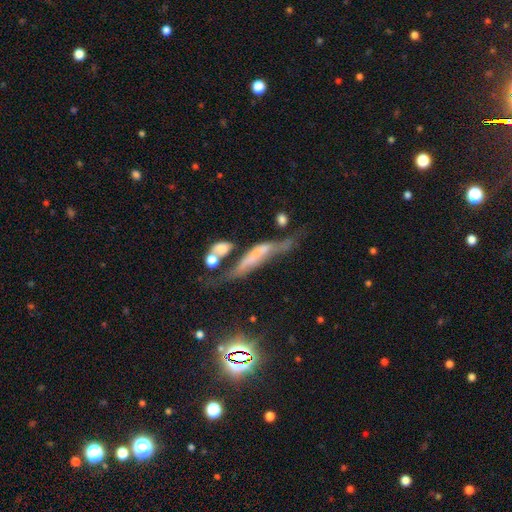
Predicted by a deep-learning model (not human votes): Overall: featured or disk (51%; smooth 29%). Edge-on disk: yes (54%; no 46%). Merging: major disturbance (30%; none 27%).